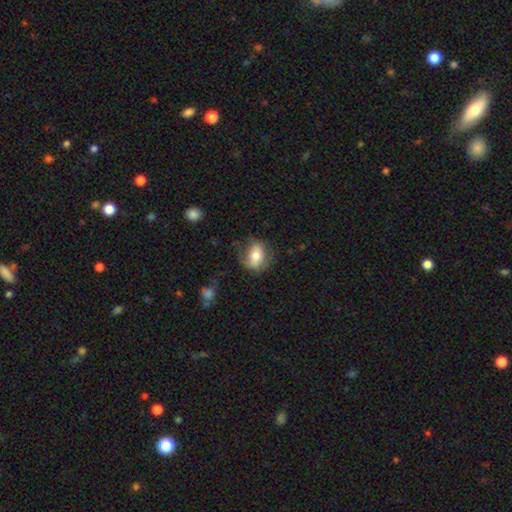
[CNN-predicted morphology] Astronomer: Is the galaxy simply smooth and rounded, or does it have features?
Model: smooth — 66%.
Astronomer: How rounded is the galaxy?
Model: in between — 70%.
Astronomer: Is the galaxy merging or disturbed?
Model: none — 64%.